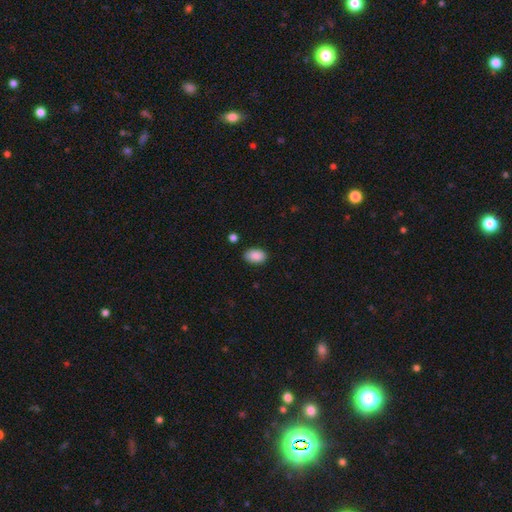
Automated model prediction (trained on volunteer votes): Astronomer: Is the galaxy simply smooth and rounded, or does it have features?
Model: smooth — 89%.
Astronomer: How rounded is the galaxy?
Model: in between — 91%.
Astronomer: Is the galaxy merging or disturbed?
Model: none — 86%.